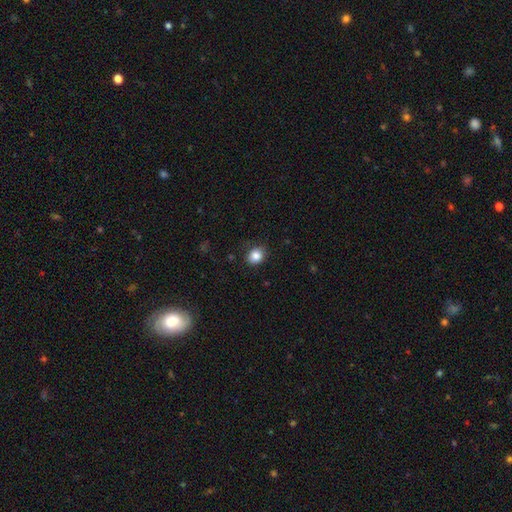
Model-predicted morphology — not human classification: Overall: smooth (85%). How rounded: round (61%; in between 38%). Merging: none (80%).